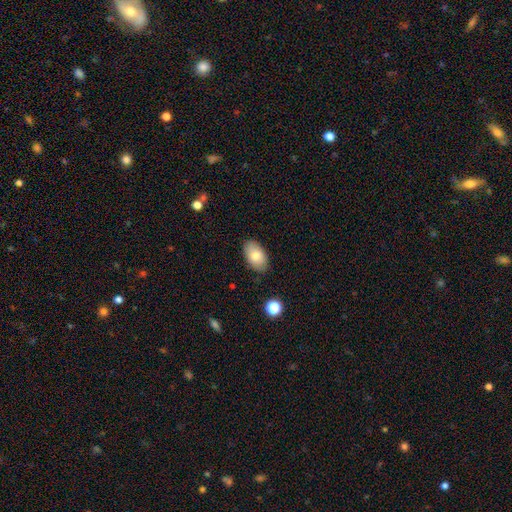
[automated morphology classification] smooth_or_featured: smooth (p=0.79) [alt: featured or disk p=0.14]
how_rounded: in between (p=0.94) [alt: round p=0.05]
merging: none (p=0.85) [alt: minor disturbance p=0.11]